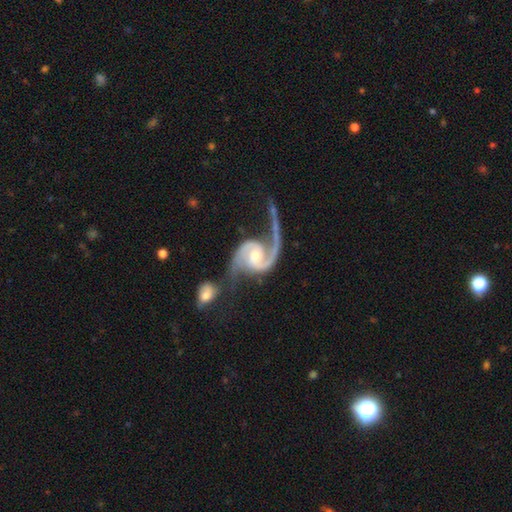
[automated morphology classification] smooth_or_featured: featured or disk (p=0.94) [alt: star or artifact p=0.03]
disk_edge_on: no (p=0.98) [alt: yes p=0.02]
bar: no (p=0.47) [alt: weak p=0.40]
has_spiral_arms: yes (p=0.98) [alt: no p=0.02]
spiral_winding: medium (p=0.53) [alt: loose p=0.34]
spiral_arm_count: 2 (p=0.91) [alt: 1 p=0.04]
bulge_size: moderate (p=0.59) [alt: small p=0.34]
merging: none (p=0.41) [alt: merger p=0.22]